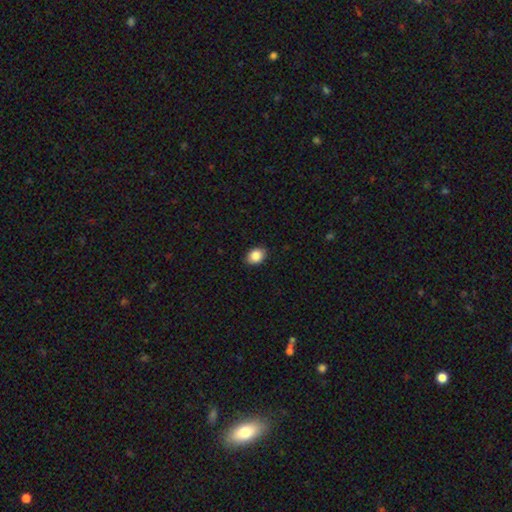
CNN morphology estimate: Smooth or featured? Predicted: smooth (p=0.87). How rounded? Predicted: in between (p=0.63). Merging? Predicted: none (p=0.88).